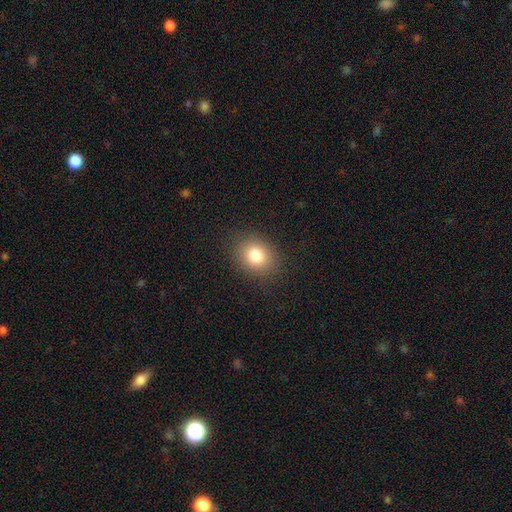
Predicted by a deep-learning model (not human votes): Smooth or featured? Predicted: smooth (p=0.81). How rounded? Predicted: round (p=0.52). Merging? Predicted: none (p=0.86).